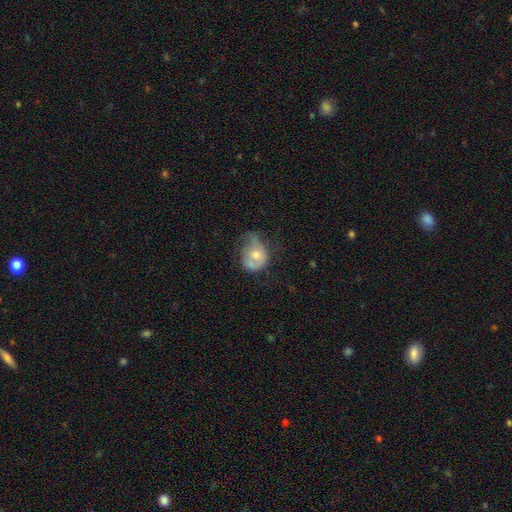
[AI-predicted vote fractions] Smooth or featured? Predicted: smooth (p=0.53). How rounded? Predicted: in between (p=0.52). Merging? Predicted: major disturbance (p=0.39).